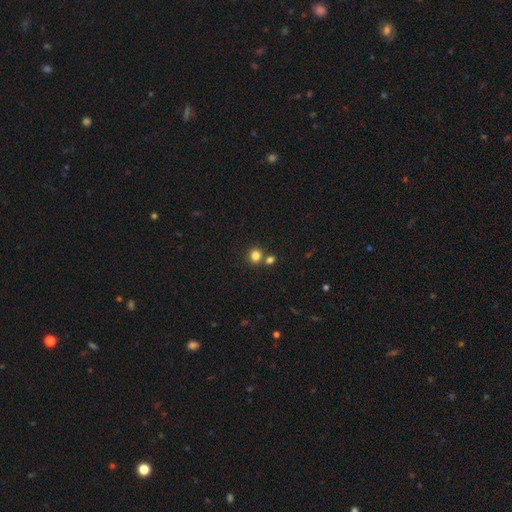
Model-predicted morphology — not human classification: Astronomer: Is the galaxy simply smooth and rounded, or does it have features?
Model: smooth — 82%.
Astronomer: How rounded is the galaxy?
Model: round — 83%.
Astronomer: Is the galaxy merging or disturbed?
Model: none — 68%.